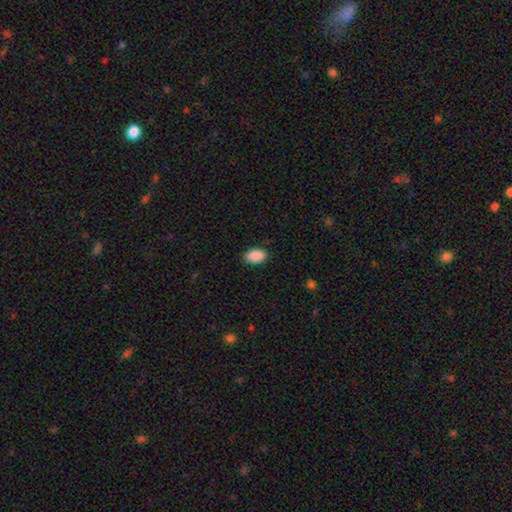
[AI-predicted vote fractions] Smooth or featured: smooth — 90% (star or artifact — 7%)
How rounded: in between — 92% (round — 7%)
Merging: none — 87% (minor disturbance — 10%)